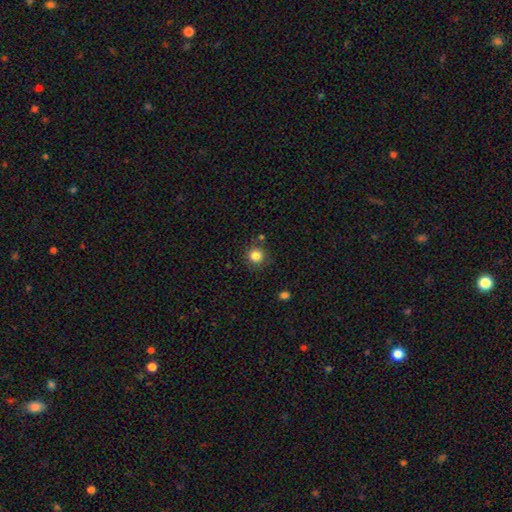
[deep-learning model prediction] smooth_or_featured: smooth (p=0.83) [alt: star or artifact p=0.12]
how_rounded: round (p=0.93) [alt: in between p=0.06]
merging: none (p=0.84) [alt: minor disturbance p=0.09]